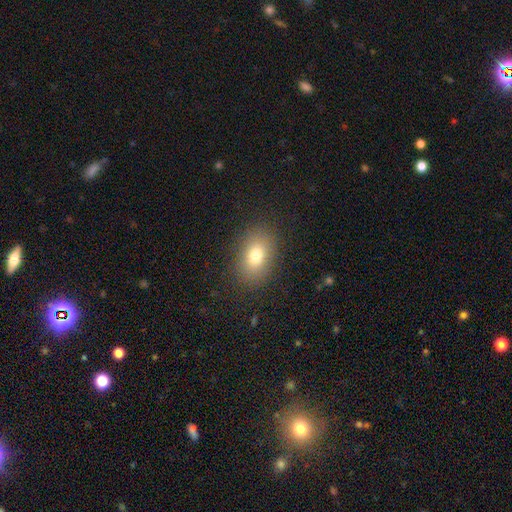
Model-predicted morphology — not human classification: Smooth or featured: smooth — 77% (featured or disk — 12%)
How rounded: in between — 83% (round — 15%)
Merging: none — 85% (minor disturbance — 10%)